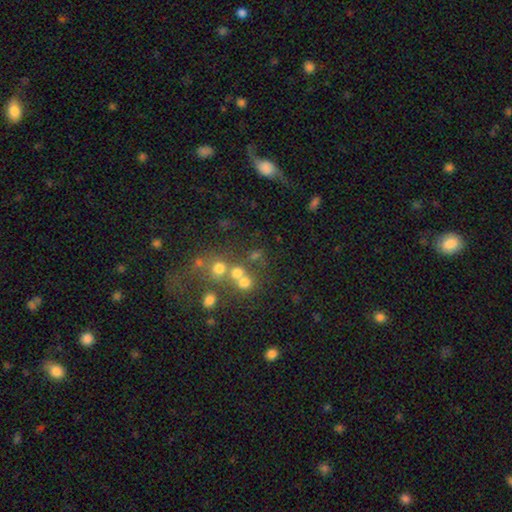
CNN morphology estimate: This is possibly a smooth galaxy (57%). How rounded: clearly round (81%). Merging: possibly none (48%).